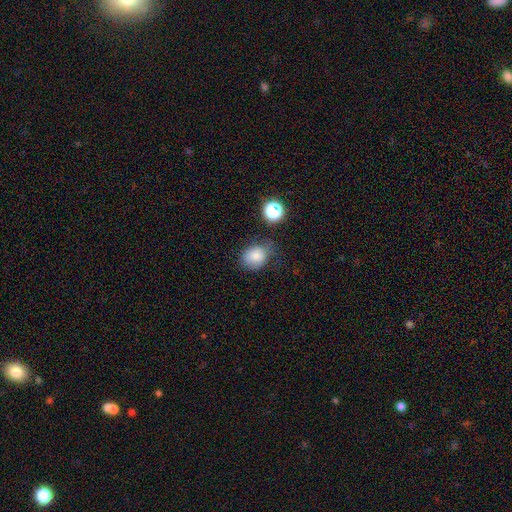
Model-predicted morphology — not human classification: Smooth or featured?
  - smooth: 80% *
  - star or artifact: 12%
  - featured or disk: 8%
How rounded?
  - round: 52% *
  - in between: 48%
  - cigar-shaped: 1%
Merging?
  - none: 56% *
  - minor disturbance: 28%
  - major disturbance: 10%
  - merger: 5%